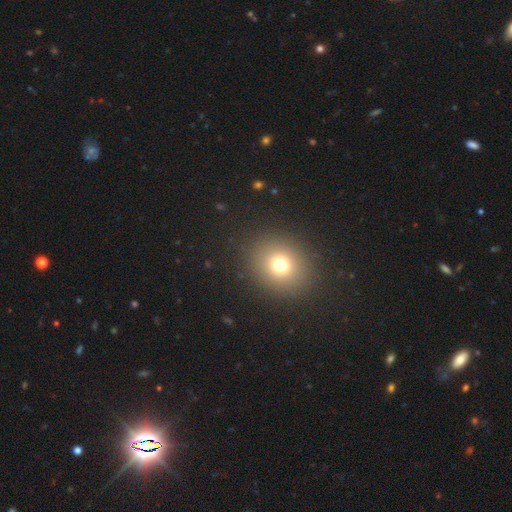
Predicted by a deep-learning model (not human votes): Smooth or featured?
  - smooth: 66% *
  - star or artifact: 26%
  - featured or disk: 7%
How rounded?
  - round: 76% *
  - in between: 23%
  - cigar-shaped: 1%
Merging?
  - none: 92% *
  - minor disturbance: 5%
  - major disturbance: 2%
  - merger: 1%